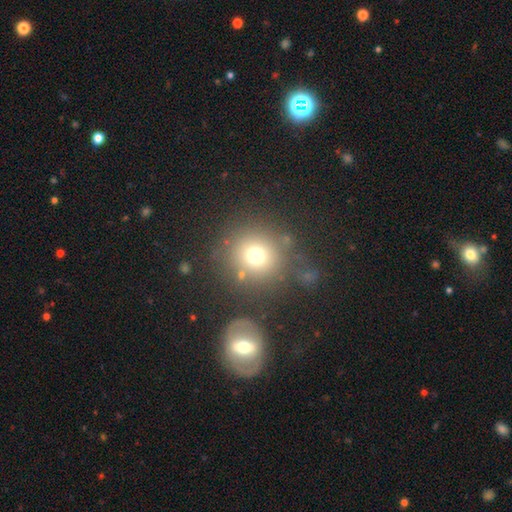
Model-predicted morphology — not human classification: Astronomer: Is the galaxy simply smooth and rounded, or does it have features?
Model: smooth — 71%.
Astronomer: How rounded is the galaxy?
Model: round — 92%.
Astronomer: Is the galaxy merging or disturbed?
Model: none — 73%.